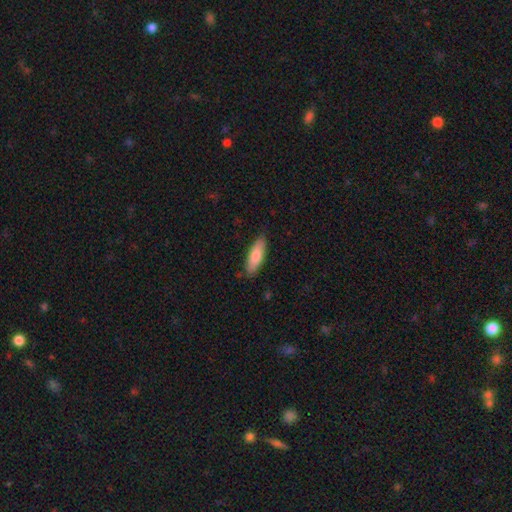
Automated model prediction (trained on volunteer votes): Smooth or featured?
  - smooth: 80% *
  - featured or disk: 15%
  - star or artifact: 5%
How rounded?
  - cigar-shaped: 50% *
  - in between: 48%
  - round: 2%
Merging?
  - none: 86% *
  - minor disturbance: 11%
  - major disturbance: 2%
  - merger: 1%